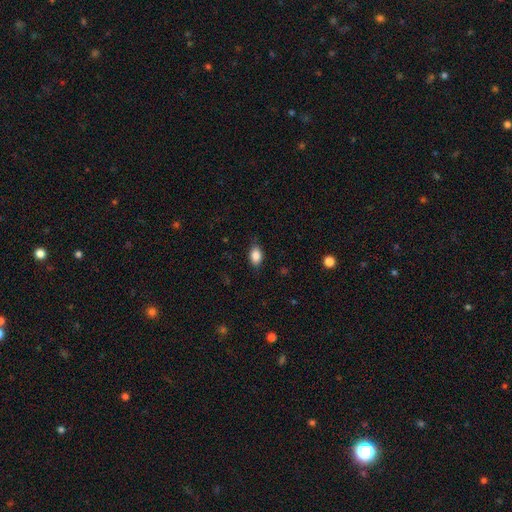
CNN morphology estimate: Smooth or featured? smooth (85%)
How rounded? in between (84%)
Merging? none (81%)